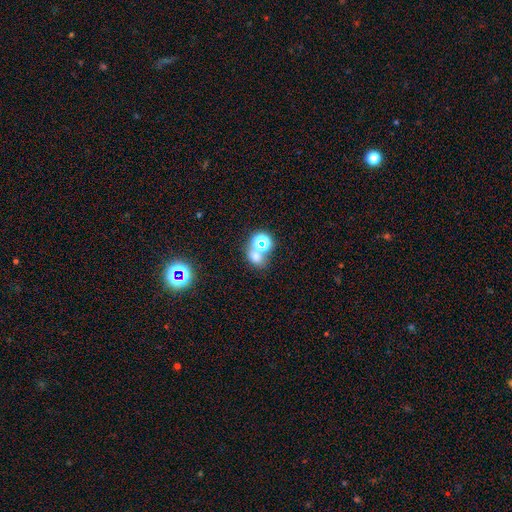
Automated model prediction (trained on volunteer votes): A smooth galaxy with no disk features (54%) that is round (61%).

Vote fractions:
- Smooth or featured? smooth: 54% / star or artifact: 37% / featured or disk: 10%
- How rounded? round: 61% / in between: 38% / cigar-shaped: 1%
- Merging? none: 55% / merger: 31% / minor disturbance: 9% / major disturbance: 5%